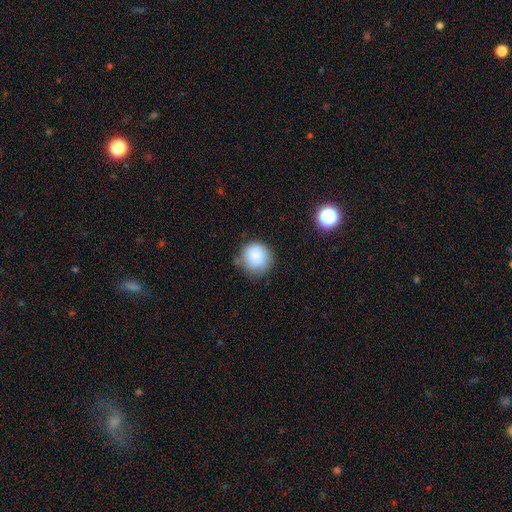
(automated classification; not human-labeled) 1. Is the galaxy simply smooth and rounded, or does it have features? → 86% smooth, 8% star or artifact, 6% featured or disk.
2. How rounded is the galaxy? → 90% round, 9% in between, 1% cigar-shaped.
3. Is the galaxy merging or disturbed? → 66% none, 24% minor disturbance, 6% major disturbance, 4% merger.